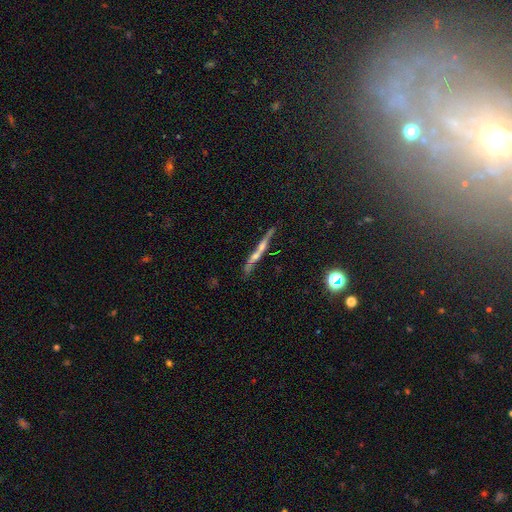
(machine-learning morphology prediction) smooth-or-featured: featured or disk: 55% | smooth: 25% | star or artifact: 20%
  disk-edge-on: yes: 88% | no: 12%
  merging: none: 75% | minor disturbance: 11% | merger: 8% | major disturbance: 6%